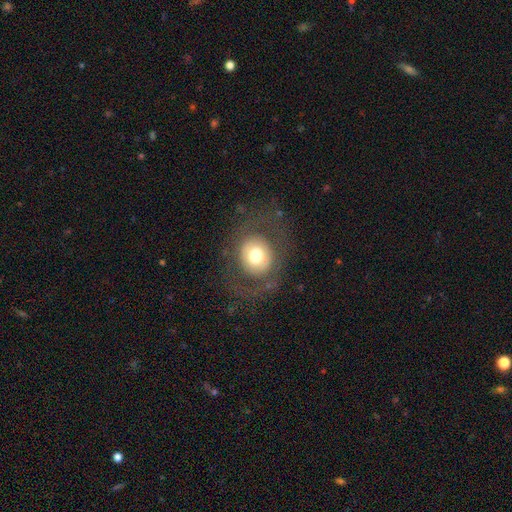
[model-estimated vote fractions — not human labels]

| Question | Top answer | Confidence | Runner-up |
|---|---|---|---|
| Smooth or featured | smooth | 56% | featured or disk (35%) |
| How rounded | round | 77% | in between (22%) |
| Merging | none | 74% | major disturbance (13%) |